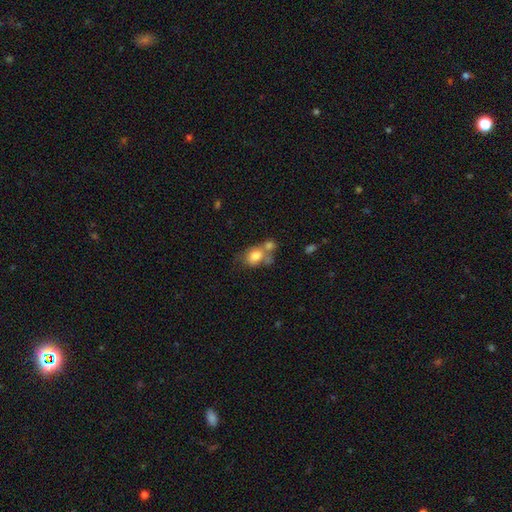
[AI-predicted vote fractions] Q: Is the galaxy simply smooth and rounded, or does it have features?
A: smooth — 75%.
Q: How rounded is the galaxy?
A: in between — 66%.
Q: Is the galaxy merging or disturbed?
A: merger — 46%.